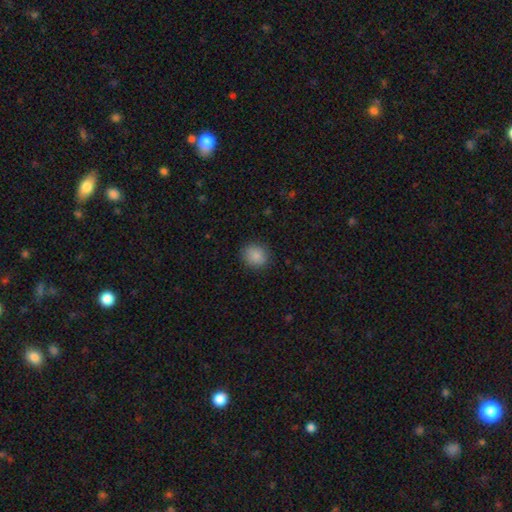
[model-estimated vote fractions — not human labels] A smooth galaxy with no disk features (87%) that is round (77%). Merging: none (87%).